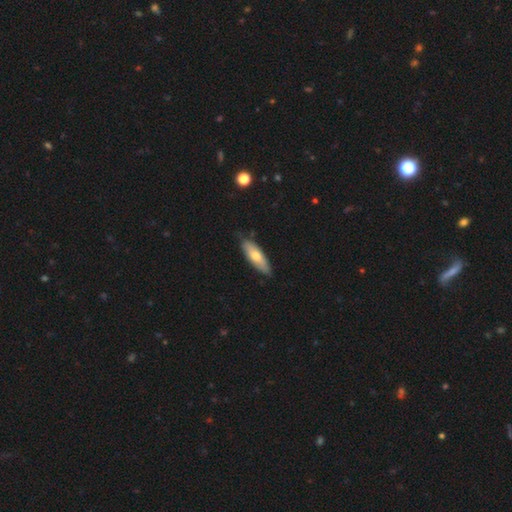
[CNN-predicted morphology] Q: Smooth or featured?
A: smooth (67%); runner-up: featured or disk (28%)
Q: How rounded?
A: in between (57%); runner-up: cigar-shaped (41%)
Q: Merging?
A: none (81%); runner-up: minor disturbance (15%)